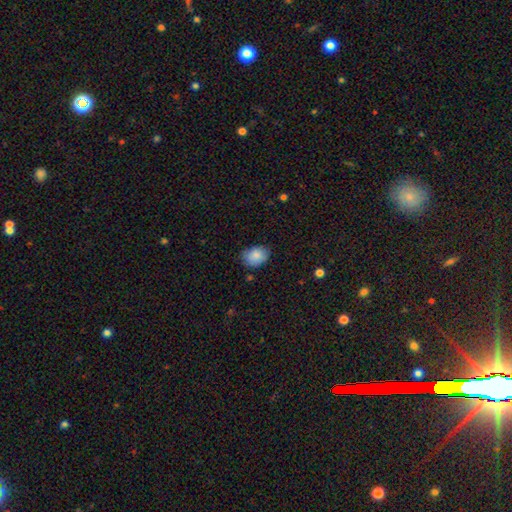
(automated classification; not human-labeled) smooth_or_featured: smooth (p=0.85) [alt: featured or disk p=0.08]
how_rounded: in between (p=0.70) [alt: round p=0.29]
merging: none (p=0.73) [alt: minor disturbance p=0.22]